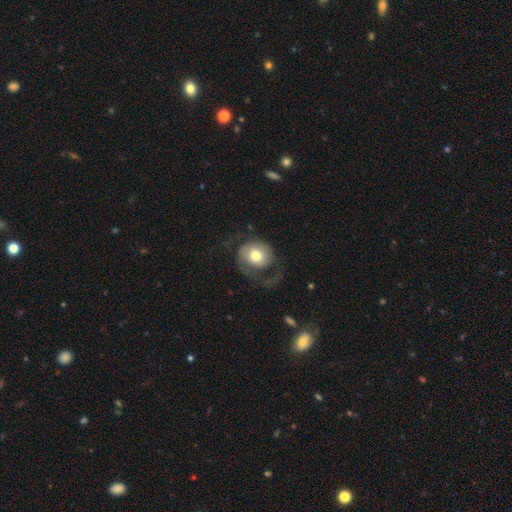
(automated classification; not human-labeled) Morphology: type=featured or disk (47%); merging=none (43%).